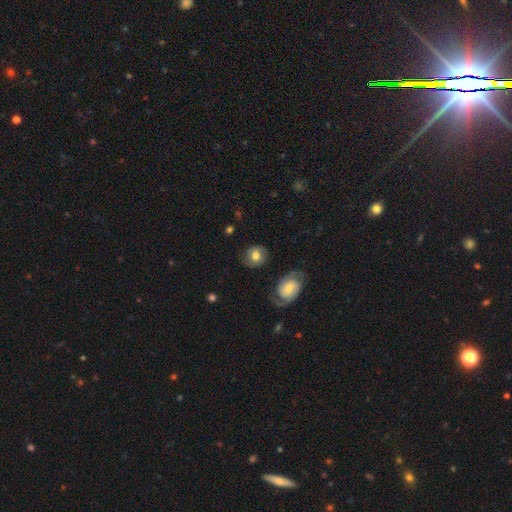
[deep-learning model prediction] Smooth or featured? Predicted: smooth (p=0.69). How rounded? Predicted: round (p=0.76). Merging? Predicted: none (p=0.80).